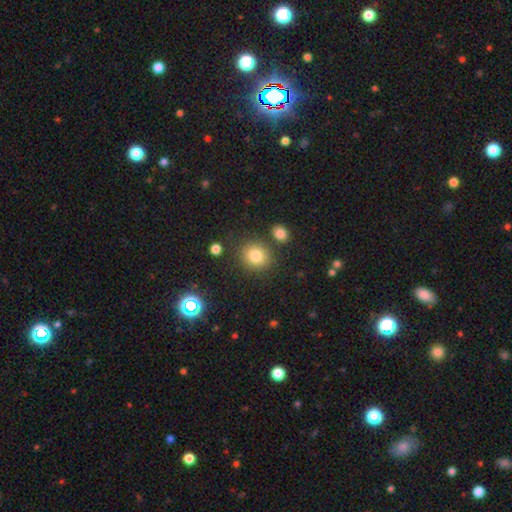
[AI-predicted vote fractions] This is clearly a smooth galaxy (81%). How rounded: clearly round (82%). Merging: clearly none (81%).